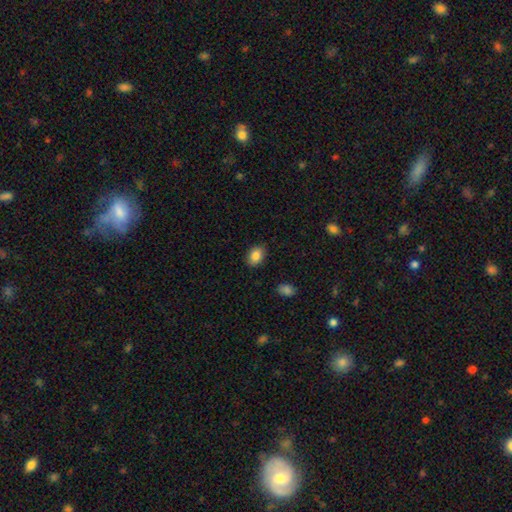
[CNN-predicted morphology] This is clearly a smooth galaxy (86%). How rounded: likely in between (79%). Merging: clearly none (86%).